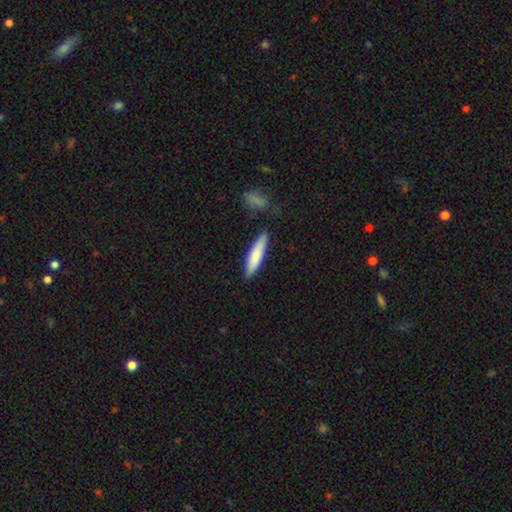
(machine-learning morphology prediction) Smooth or featured? Predicted: smooth (p=0.79). How rounded? Predicted: cigar-shaped (p=0.74). Merging? Predicted: none (p=0.81).